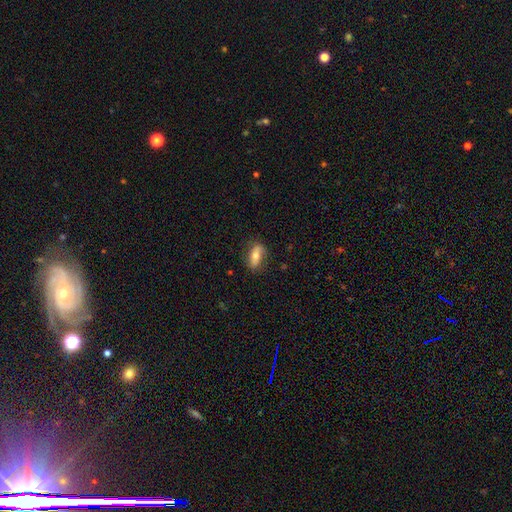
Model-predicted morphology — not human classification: Overall: smooth (55%; featured or disk 38%). How rounded: in between (74%). Merging: none (75%).